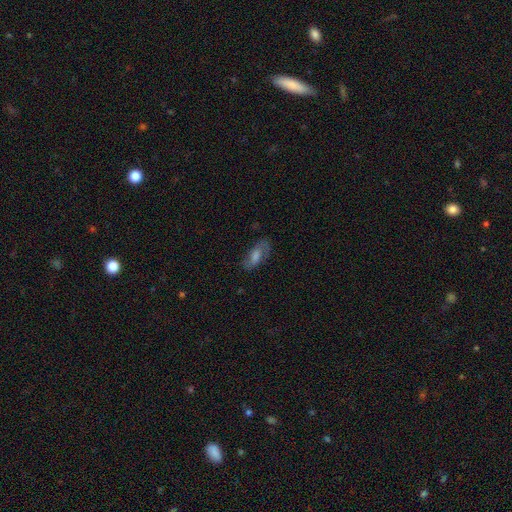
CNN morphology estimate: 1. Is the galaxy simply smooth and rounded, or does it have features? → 45% featured or disk, 43% smooth, 12% star or artifact.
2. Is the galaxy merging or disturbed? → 71% none, 19% minor disturbance, 9% major disturbance, 2% merger.